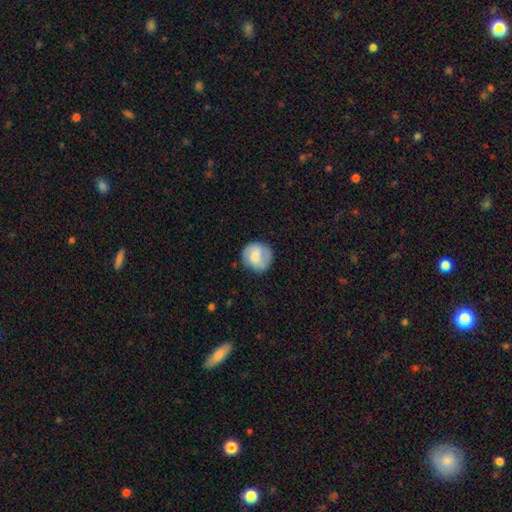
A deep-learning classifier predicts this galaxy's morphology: This appears to be a smooth galaxy with no disk features (71%) that is round (88%). Merging: none (72%).